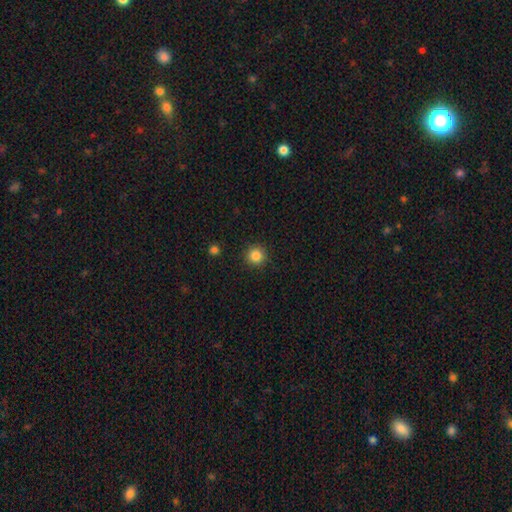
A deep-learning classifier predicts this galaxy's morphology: smooth_or_featured: smooth (p=0.85) [alt: star or artifact p=0.11]
how_rounded: round (p=0.94) [alt: in between p=0.05]
merging: none (p=0.91) [alt: minor disturbance p=0.06]